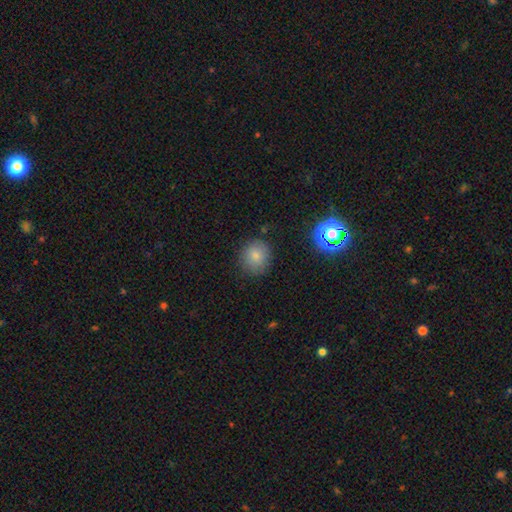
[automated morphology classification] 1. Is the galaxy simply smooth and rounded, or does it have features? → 80% smooth, 12% star or artifact, 8% featured or disk.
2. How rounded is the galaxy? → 84% round, 15% in between, 1% cigar-shaped.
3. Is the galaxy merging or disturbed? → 83% none, 11% minor disturbance, 3% major disturbance, 2% merger.